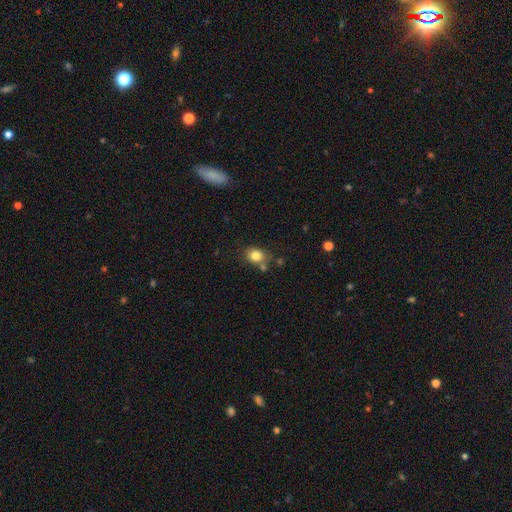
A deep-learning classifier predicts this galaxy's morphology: smooth-or-featured: smooth: 82% | star or artifact: 10% | featured or disk: 8%
  how-rounded: round: 52% | in between: 47% | cigar-shaped: 1%
  merging: none: 70% | minor disturbance: 15% | merger: 11% | major disturbance: 4%